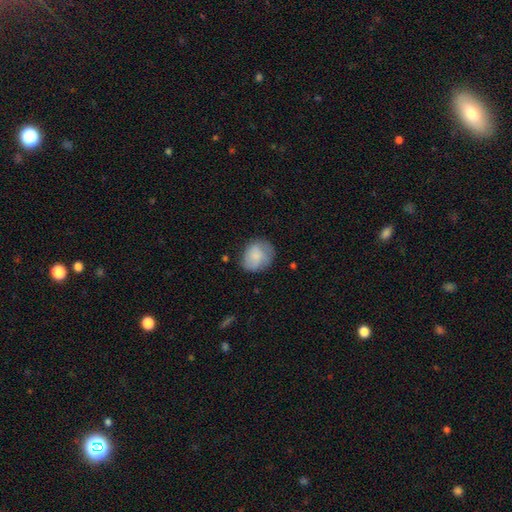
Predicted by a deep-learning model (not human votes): Overall: smooth (74%). How rounded: round (58%; in between 41%). Merging: none (66%).